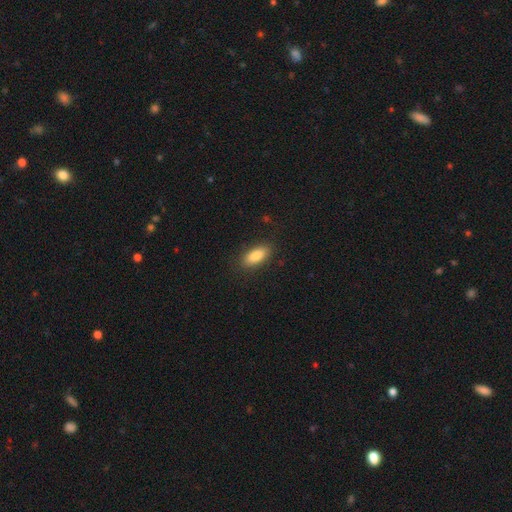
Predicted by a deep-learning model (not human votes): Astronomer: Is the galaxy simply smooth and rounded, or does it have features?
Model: smooth — 86%.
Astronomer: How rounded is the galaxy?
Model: in between — 86%.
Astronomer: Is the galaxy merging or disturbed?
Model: none — 85%.